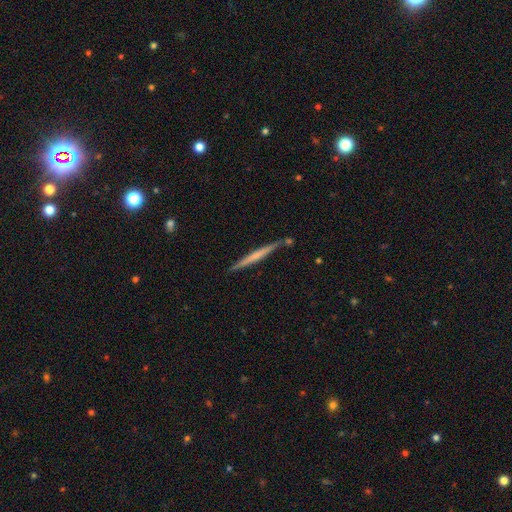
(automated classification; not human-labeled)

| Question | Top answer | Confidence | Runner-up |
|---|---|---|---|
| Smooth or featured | featured or disk | 52% | smooth (42%) |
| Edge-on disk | yes | 97% | no (3%) |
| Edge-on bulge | none | 76% | rounded (15%) |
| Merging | none | 85% | minor disturbance (9%) |